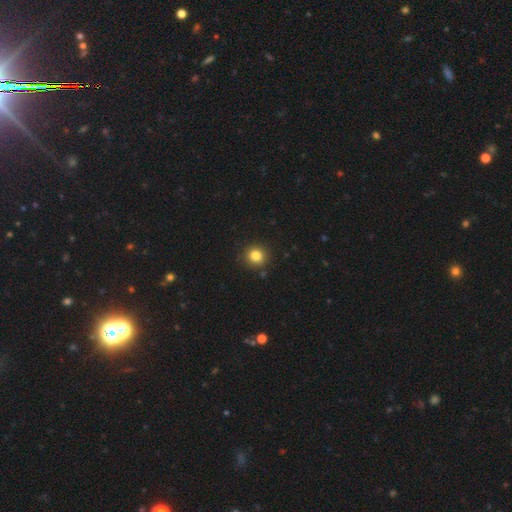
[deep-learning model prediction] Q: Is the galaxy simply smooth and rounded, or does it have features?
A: smooth — 83%.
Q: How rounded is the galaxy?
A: round — 87%.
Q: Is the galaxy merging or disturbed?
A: none — 89%.